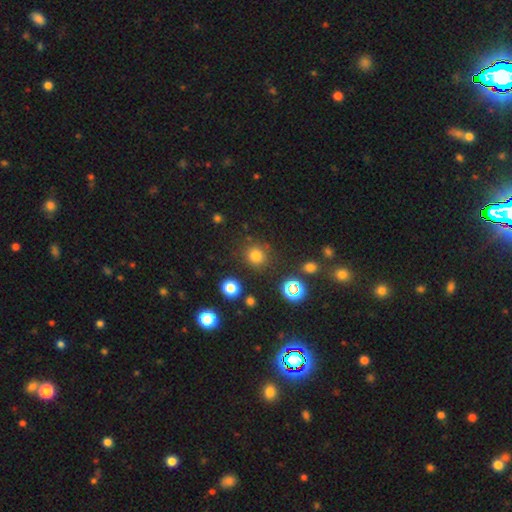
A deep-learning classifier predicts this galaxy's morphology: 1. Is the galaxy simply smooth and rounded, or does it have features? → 75% smooth, 19% star or artifact, 6% featured or disk.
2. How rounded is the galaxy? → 91% round, 8% in between, 1% cigar-shaped.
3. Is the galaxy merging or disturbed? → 84% none, 9% minor disturbance, 4% major disturbance, 3% merger.